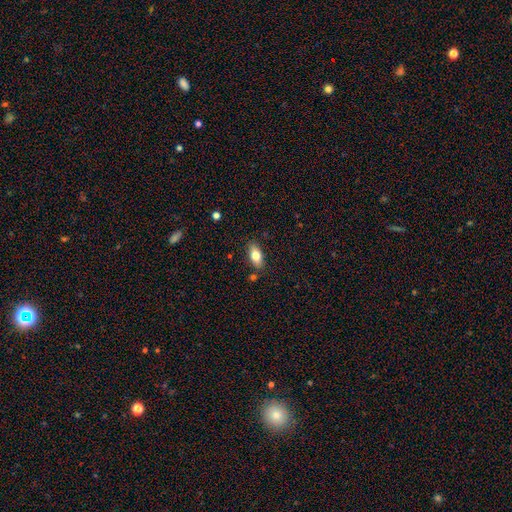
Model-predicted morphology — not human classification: A smooth galaxy with no disk features (77%) that is in between round and cigar-shaped (87%). Merging: none (84%).